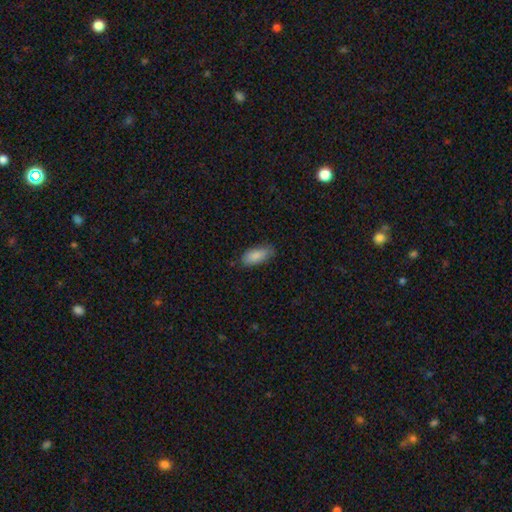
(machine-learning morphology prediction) type=smooth (87%); roundness=in between (85%); merging=none (76%).